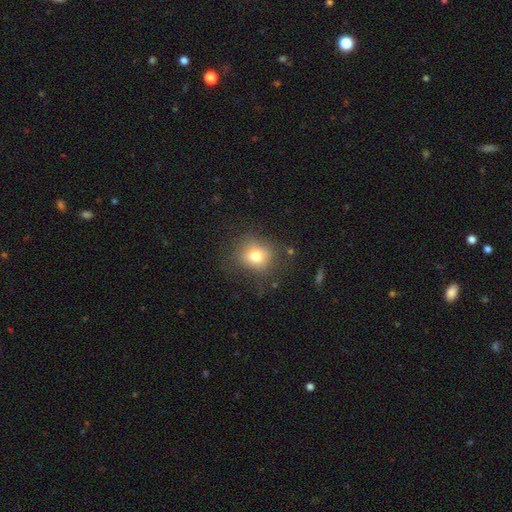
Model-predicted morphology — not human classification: A smooth galaxy with no disk features (73%) that is round (78%). Merging: none (75%).